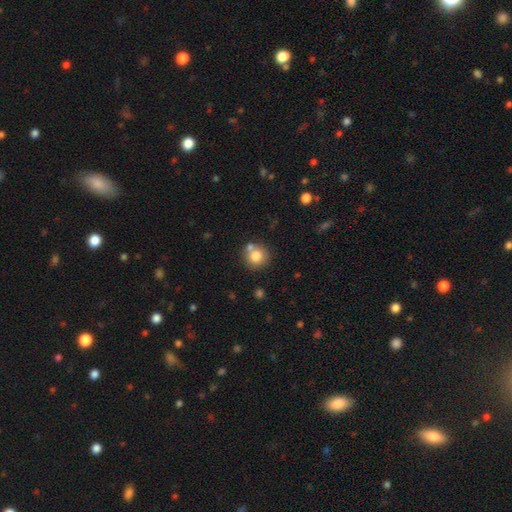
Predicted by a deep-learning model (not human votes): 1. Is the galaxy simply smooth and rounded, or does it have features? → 78% smooth, 11% featured or disk, 10% star or artifact.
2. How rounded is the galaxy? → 91% round, 9% in between, 1% cigar-shaped.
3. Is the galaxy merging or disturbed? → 68% none, 19% merger, 10% minor disturbance, 3% major disturbance.